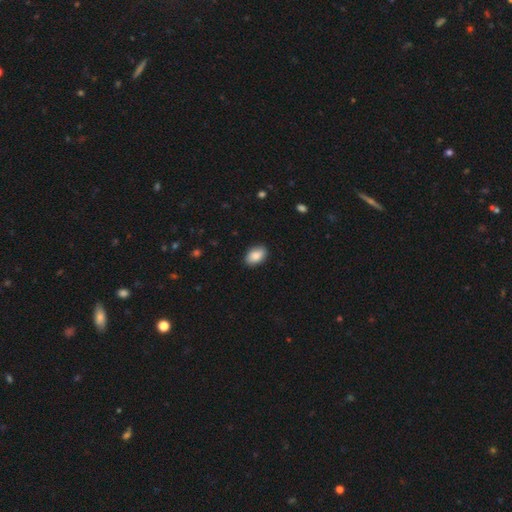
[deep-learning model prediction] Smooth or featured?
  - smooth: 87% *
  - star or artifact: 7%
  - featured or disk: 6%
How rounded?
  - in between: 90% *
  - round: 9%
  - cigar-shaped: 1%
Merging?
  - none: 88% *
  - minor disturbance: 9%
  - major disturbance: 2%
  - merger: 1%